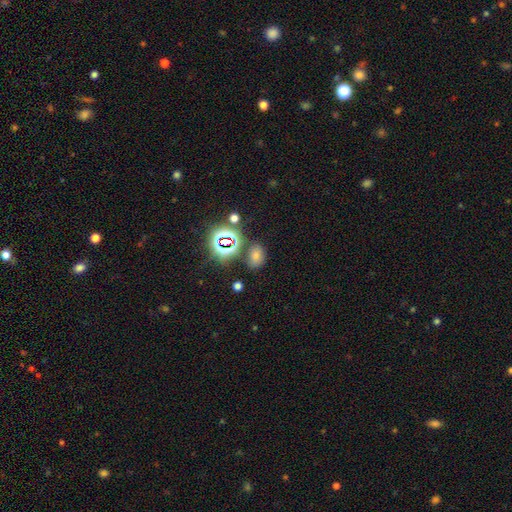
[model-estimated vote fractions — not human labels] Morphology: type=smooth (61%); roundness=in between (82%); merging=none (73%).